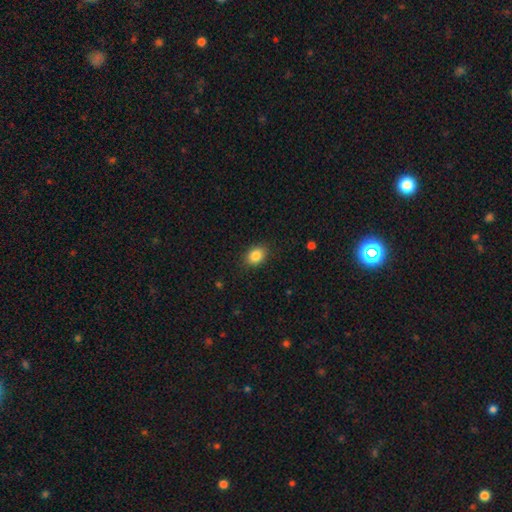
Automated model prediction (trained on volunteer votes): Smooth or featured? Predicted: smooth (p=0.85). How rounded? Predicted: in between (p=0.68). Merging? Predicted: none (p=0.88).